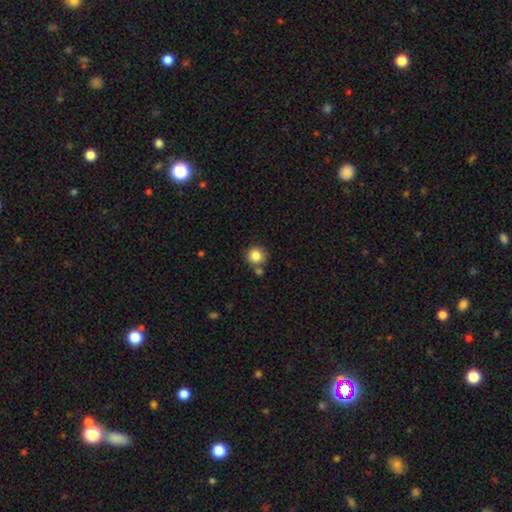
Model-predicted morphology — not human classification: A smooth galaxy with no disk features (85%) that is round (92%).

Vote fractions:
- Smooth or featured? smooth: 85% / star or artifact: 10% / featured or disk: 5%
- How rounded? round: 92% / in between: 7% / cigar-shaped: 1%
- Merging? none: 73% / merger: 14% / minor disturbance: 10% / major disturbance: 3%